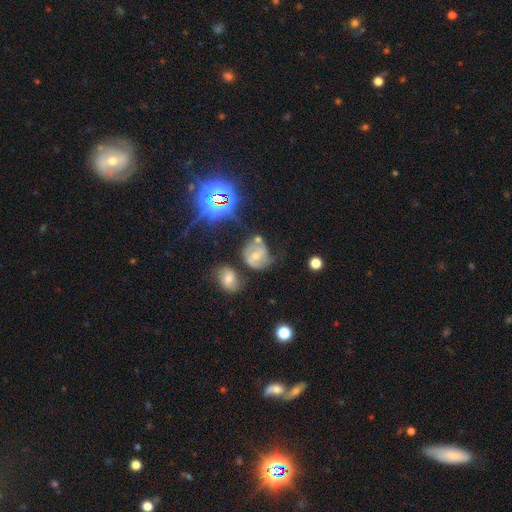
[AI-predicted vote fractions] smooth_or_featured: featured or disk (p=0.63) [alt: smooth p=0.23]
disk_edge_on: no (p=0.97) [alt: yes p=0.03]
bar: no (p=0.44) [alt: weak p=0.43]
has_spiral_arms: yes (p=0.85) [alt: no p=0.15]
spiral_winding: medium (p=0.45) [alt: tight p=0.39]
spiral_arm_count: 2 (p=0.60) [alt: can't tell p=0.21]
bulge_size: moderate (p=0.49) [alt: small p=0.41]
merging: none (p=0.47) [alt: minor disturbance p=0.24]